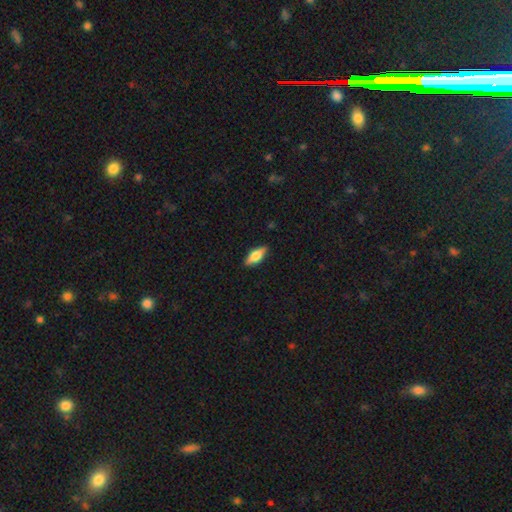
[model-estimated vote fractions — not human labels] smooth-or-featured: smooth: 59% | featured or disk: 34% | star or artifact: 6%
  how-rounded: in between: 71% | cigar-shaped: 26% | round: 3%
  merging: none: 88% | minor disturbance: 9% | major disturbance: 2% | merger: 1%